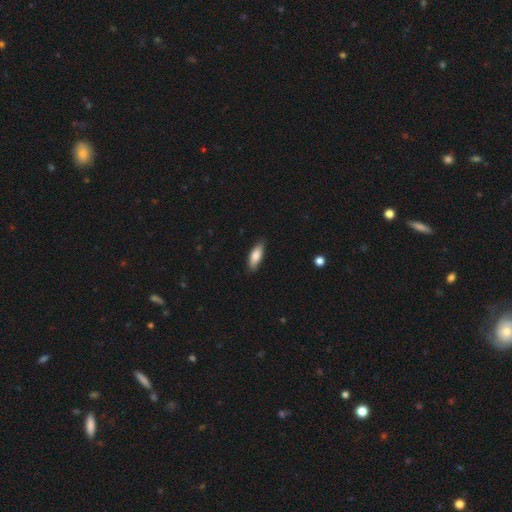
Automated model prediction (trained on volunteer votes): The model was most divided on "how rounded": in between: 67%, cigar-shaped: 31%, round: 2%. More confident: merging — none (82%); smooth or featured — smooth (81%).